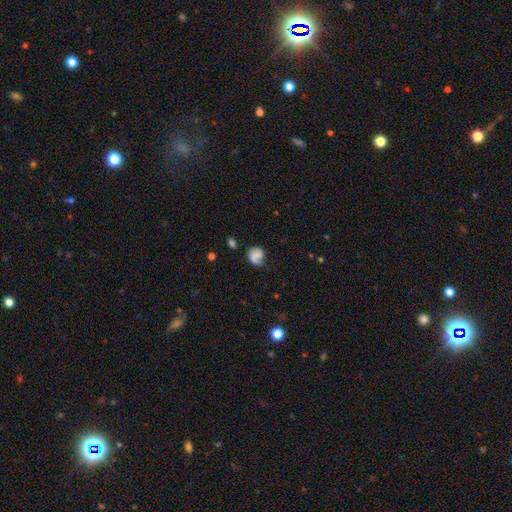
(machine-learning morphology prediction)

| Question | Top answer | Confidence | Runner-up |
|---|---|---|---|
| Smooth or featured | smooth | 53% | featured or disk (36%) |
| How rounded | round | 65% | in between (34%) |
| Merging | none | 51% | minor disturbance (30%) |